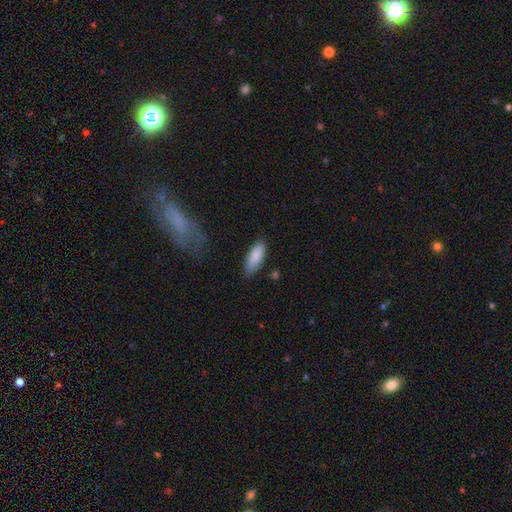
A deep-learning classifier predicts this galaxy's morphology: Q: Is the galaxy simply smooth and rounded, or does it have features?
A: smooth — 88%.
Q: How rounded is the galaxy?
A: in between — 74%.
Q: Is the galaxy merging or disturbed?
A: none — 76%.